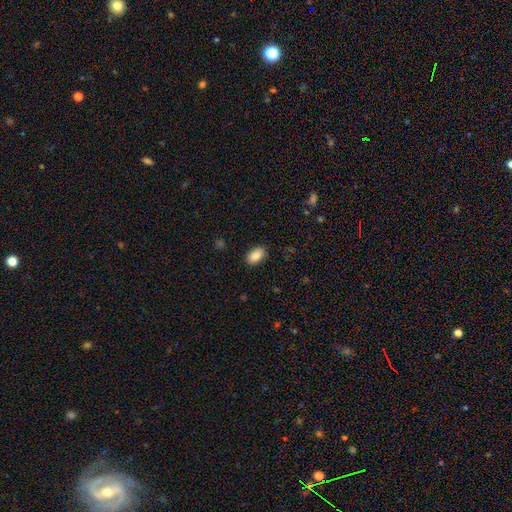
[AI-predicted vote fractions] Overall: smooth (89%). How rounded: in between (93%). Merging: none (88%).